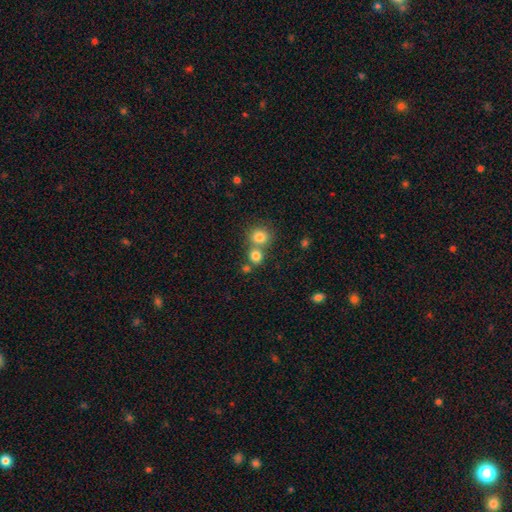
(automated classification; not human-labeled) smooth-or-featured: smooth: 80% | star or artifact: 12% | featured or disk: 8%
  how-rounded: round: 84% | in between: 15% | cigar-shaped: 1%
  merging: none: 53% | merger: 37% | minor disturbance: 7% | major disturbance: 3%